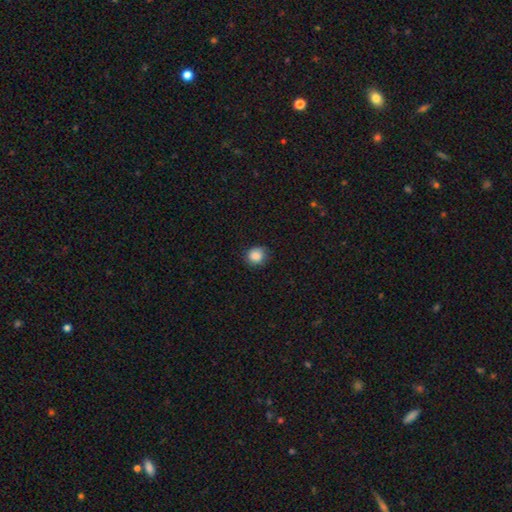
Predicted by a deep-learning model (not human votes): Overall: smooth (88%). How rounded: round (85%). Merging: none (81%).